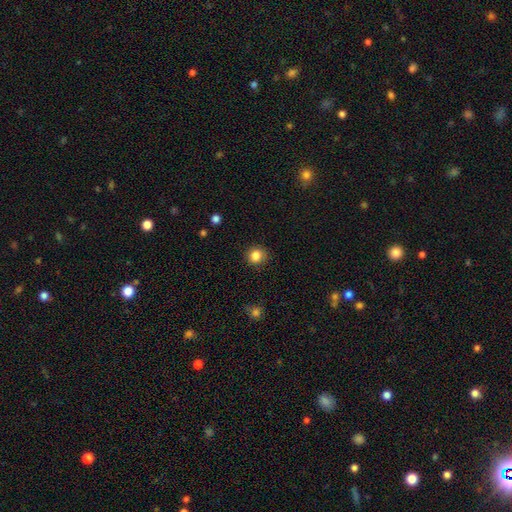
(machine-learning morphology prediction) type=smooth (84%); roundness=round (86%); merging=none (88%).